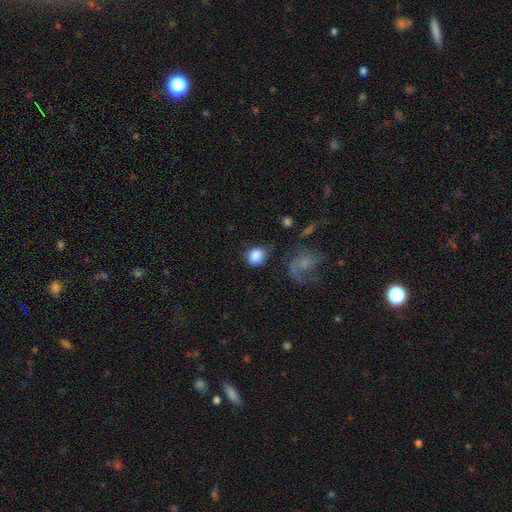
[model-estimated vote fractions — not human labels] A smooth galaxy with no disk features (84%) that is round (69%).

Vote fractions:
- Smooth or featured? smooth: 84% / featured or disk: 8% / star or artifact: 8%
- How rounded? round: 69% / in between: 30% / cigar-shaped: 1%
- Merging? none: 58% / minor disturbance: 21% / major disturbance: 13% / merger: 8%